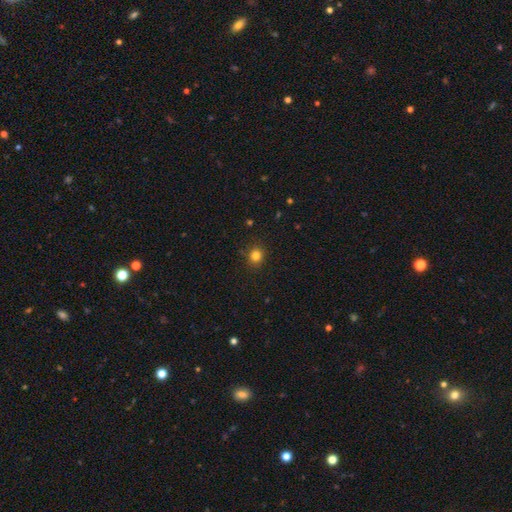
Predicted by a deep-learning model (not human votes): Smooth or featured: smooth — 82% (star or artifact — 13%)
How rounded: round — 85% (in between — 14%)
Merging: none — 88% (minor disturbance — 8%)